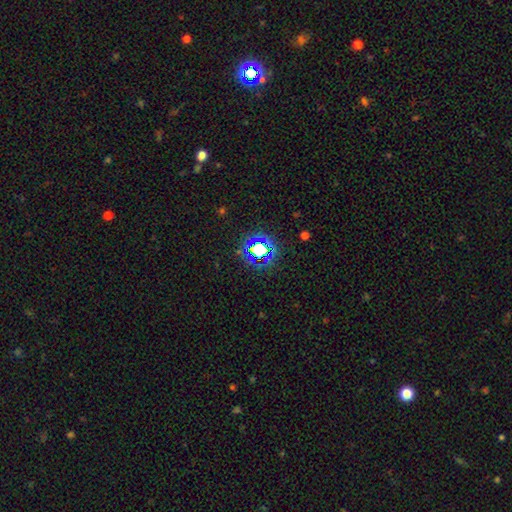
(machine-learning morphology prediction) This is likely a star or artifact rather than a galaxy (74%).